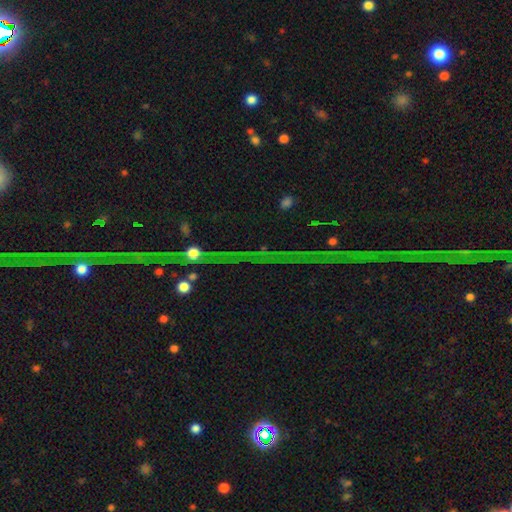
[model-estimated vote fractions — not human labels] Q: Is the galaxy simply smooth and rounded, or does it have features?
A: star or artifact — 83%.